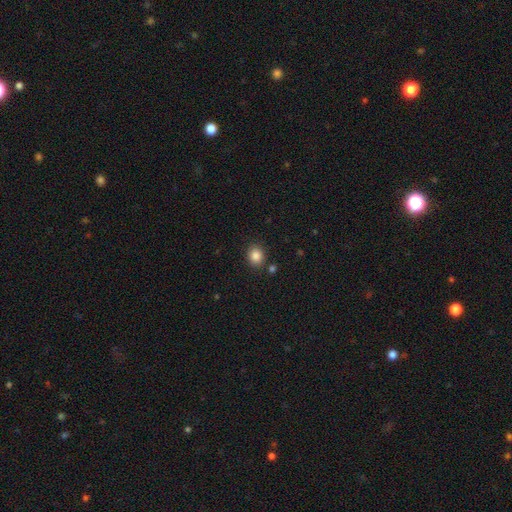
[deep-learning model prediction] smooth 85%, star or artifact 10%, featured or disk 5%. Down the decision tree: how rounded — round (67%); merging — none (85%).